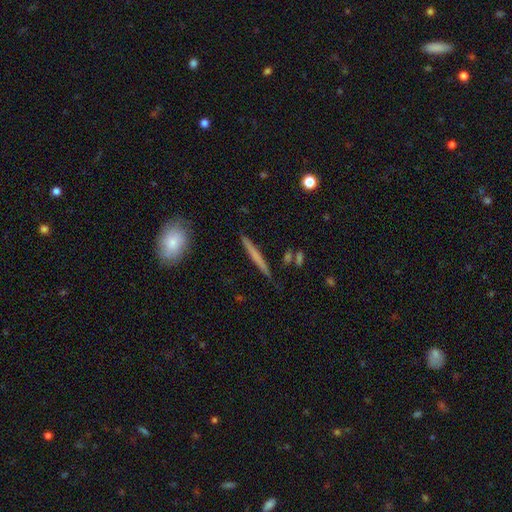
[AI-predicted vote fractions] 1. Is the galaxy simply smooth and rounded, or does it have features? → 52% smooth, 42% featured or disk, 6% star or artifact.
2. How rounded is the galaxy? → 95% cigar-shaped, 3% in between, 2% round.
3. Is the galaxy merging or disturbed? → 88% none, 8% minor disturbance, 2% merger, 2% major disturbance.